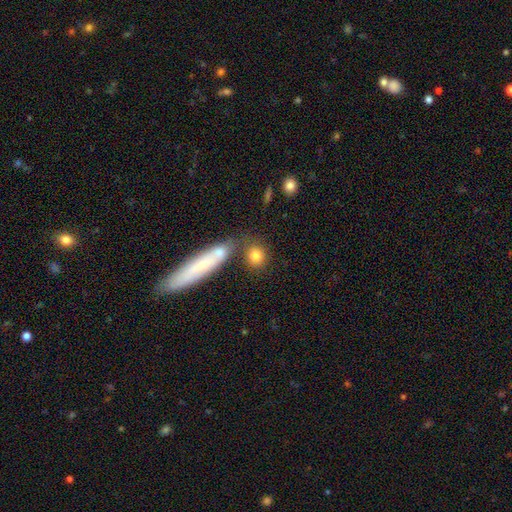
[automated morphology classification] A smooth galaxy with no disk features (82%) that is round (67%). Merging: none (68%).